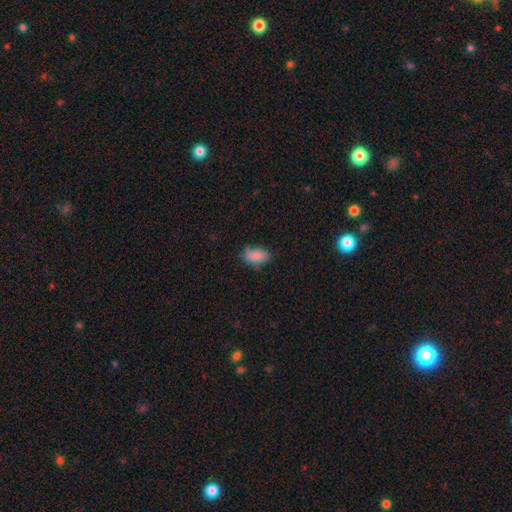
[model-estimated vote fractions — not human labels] Smooth or featured? Predicted: smooth (p=0.86). How rounded? Predicted: in between (p=0.92). Merging? Predicted: none (p=0.67).